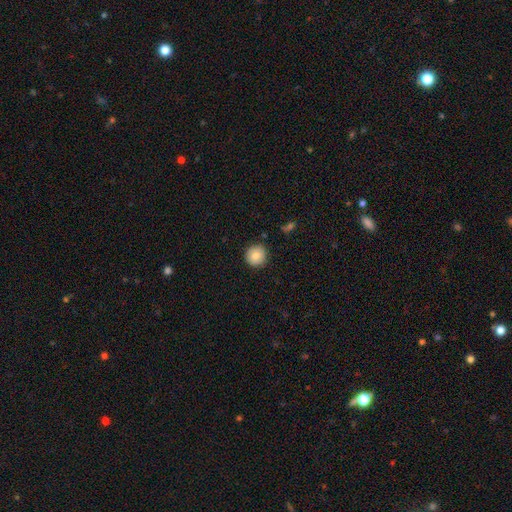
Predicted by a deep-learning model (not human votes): Morphology: type=smooth (86%); roundness=round (94%); merging=none (89%).